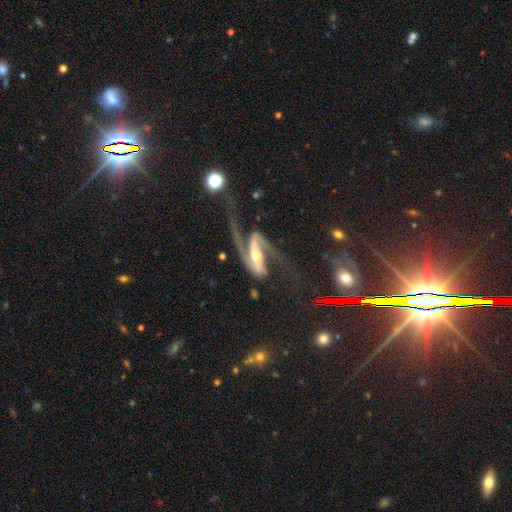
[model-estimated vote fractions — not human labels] The model was most divided on "merging": none: 46%, major disturbance: 32%, minor disturbance: 16%, merger: 6%. More confident: spiral arms — yes (96%); edge-on disk — no (93%); spiral arm count — 2 (90%); smooth or featured — featured or disk (89%); spiral winding — loose (62%); bulge size — moderate (61%); bar — strong (53%).